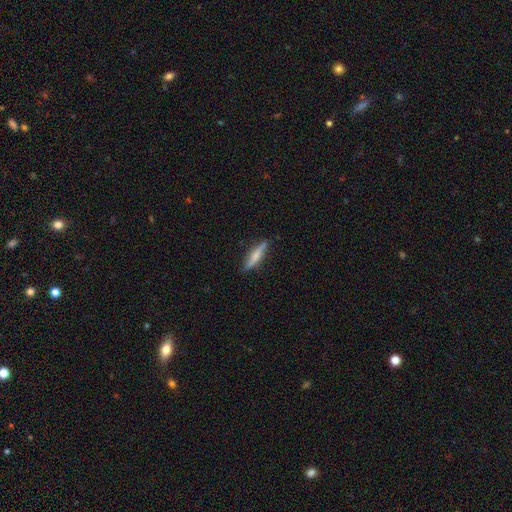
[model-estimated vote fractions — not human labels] The model was most divided on "smooth or featured": smooth: 54%, featured or disk: 40%, star or artifact: 6%. More confident: how rounded — cigar-shaped (84%); merging — none (84%).